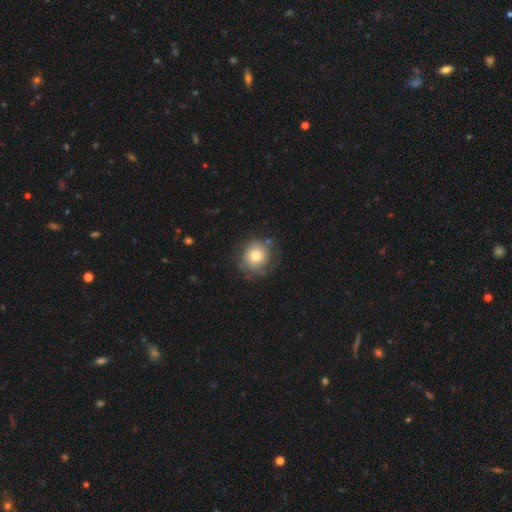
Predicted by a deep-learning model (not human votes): A smooth galaxy with no disk features (69%) that is round (85%). Merging: none (71%).